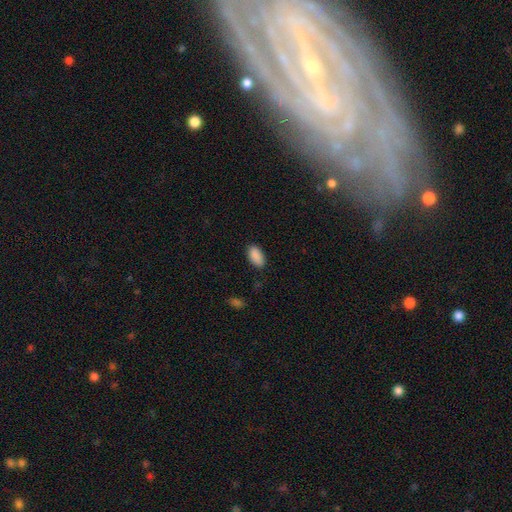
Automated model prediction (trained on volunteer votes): This is clearly a smooth galaxy (90%). How rounded: clearly in between (94%). Merging: clearly none (86%).